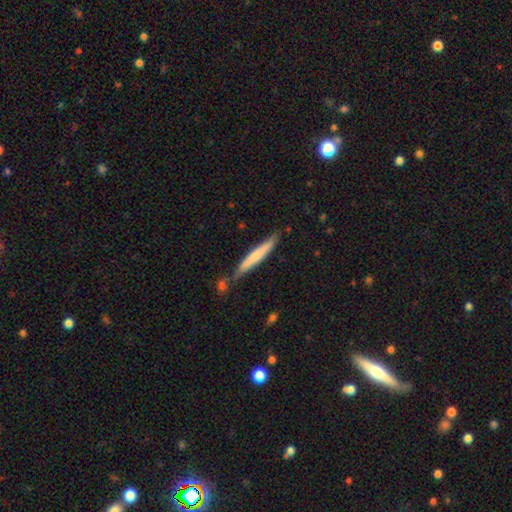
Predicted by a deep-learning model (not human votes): This appears to be a smooth galaxy with no disk features (62%) that is cigar-shaped (95%). Merging: none (73%).